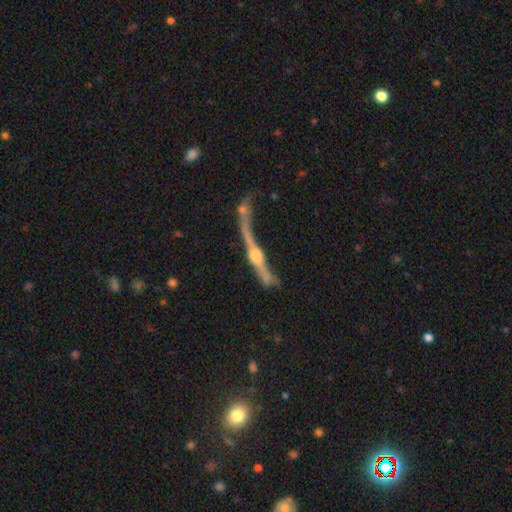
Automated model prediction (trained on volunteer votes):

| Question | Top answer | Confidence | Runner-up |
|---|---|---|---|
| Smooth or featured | featured or disk | 77% | smooth (13%) |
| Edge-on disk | yes | 90% | no (10%) |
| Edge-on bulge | rounded | 92% | boxy (5%) |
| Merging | none | 50% | minor disturbance (19%) |